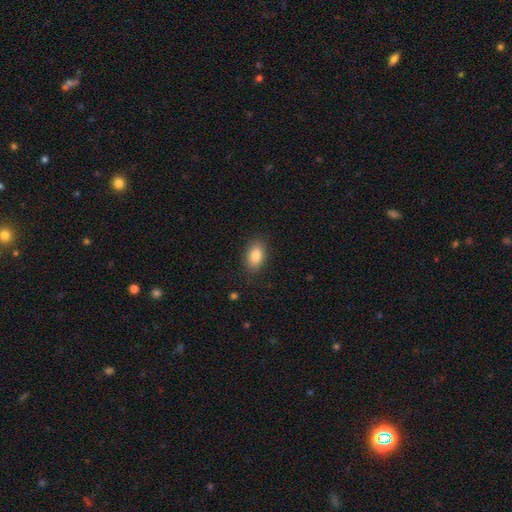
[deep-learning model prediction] This appears to be a smooth galaxy with no disk features (83%) that is in between round and cigar-shaped (86%). Merging: none (86%).